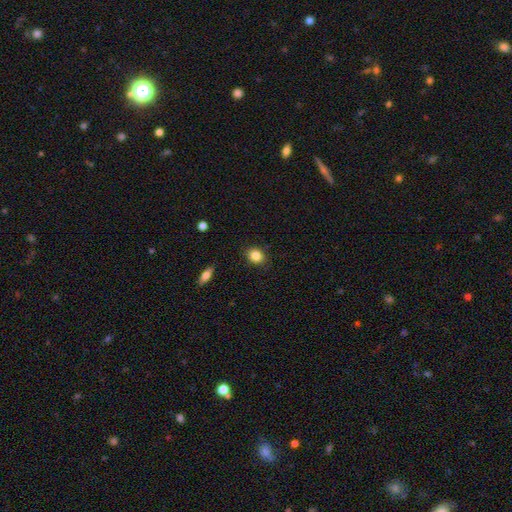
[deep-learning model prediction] smooth-or-featured: smooth: 85% | star or artifact: 9% | featured or disk: 6%
  how-rounded: round: 54% | in between: 45% | cigar-shaped: 1%
  merging: none: 86% | minor disturbance: 10% | major disturbance: 2% | merger: 1%